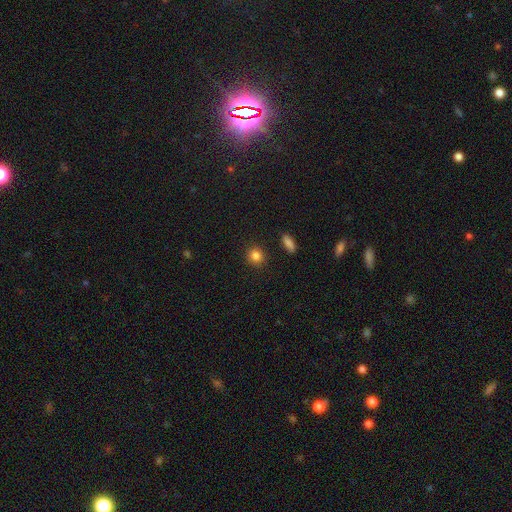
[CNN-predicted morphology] type=smooth (85%); roundness=round (86%); merging=none (90%).